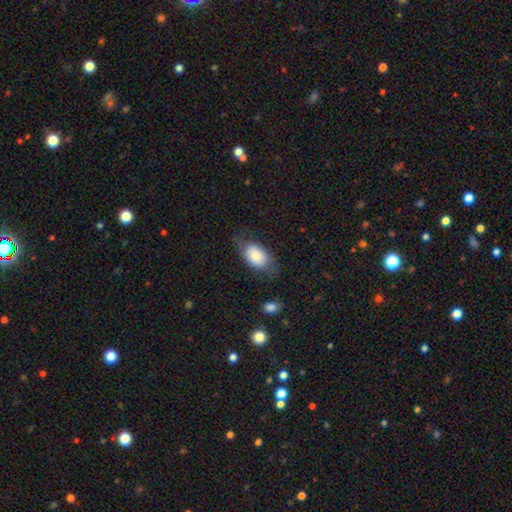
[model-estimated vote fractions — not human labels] Overall: smooth (73%). How rounded: in between (90%). Merging: none (58%; minor disturbance 26%).